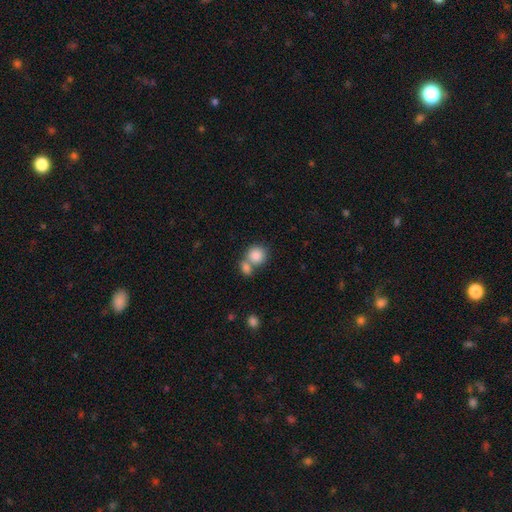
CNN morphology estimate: The model was most divided on "merging": merger: 47%, none: 41%, minor disturbance: 8%, major disturbance: 4%. More confident: smooth or featured — smooth (85%); how rounded — round (82%).